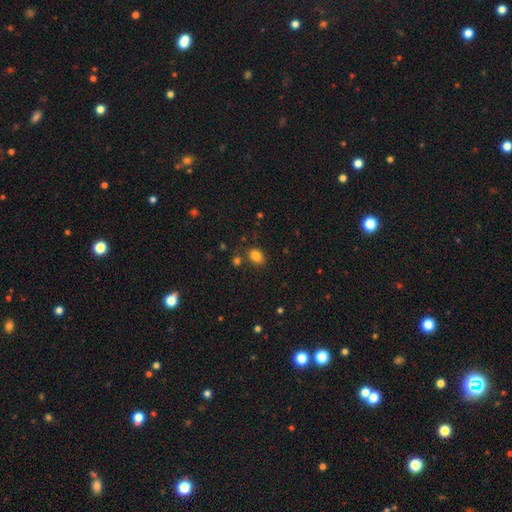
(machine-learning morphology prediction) smooth 82%, star or artifact 12%, featured or disk 6%. Down the decision tree: how rounded — in between (67%); merging — none (77%).